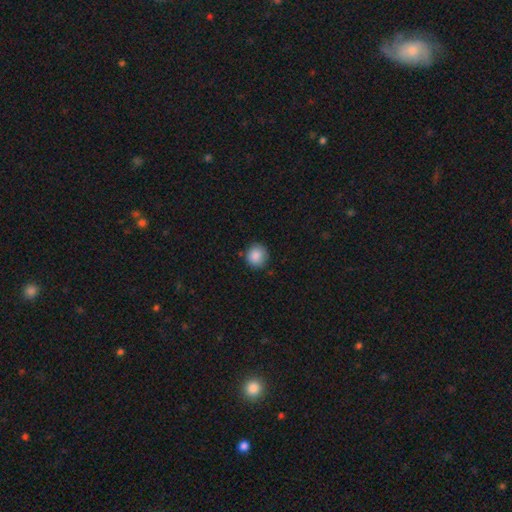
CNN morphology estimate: This is clearly a smooth galaxy (87%). How rounded: clearly round (88%). Merging: clearly none (83%).